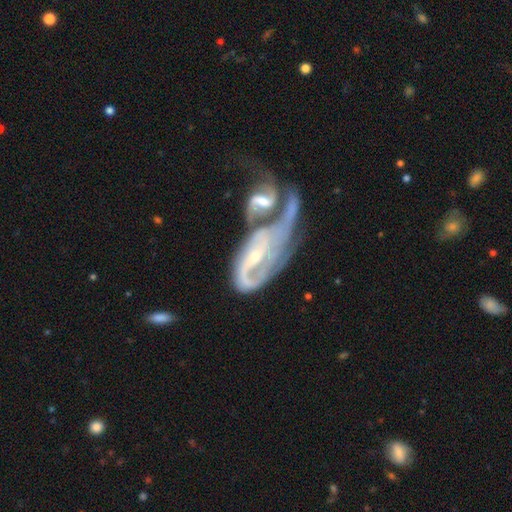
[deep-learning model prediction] Overall: featured or disk (83%). Edge-on disk: no (94%). Bar: no (43%; weak 37%). Spiral arms: yes (88%). Spiral arm count: 2 (50%; can't tell 25%). Spiral winding: medium (38%; tight 36%). Bulge size: small (60%; moderate 33%). Merging: merger (70%).